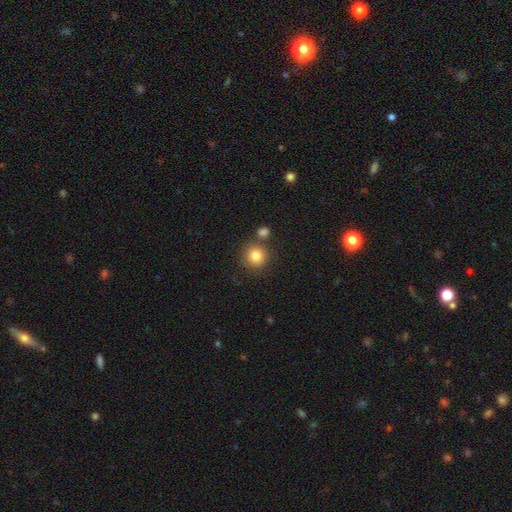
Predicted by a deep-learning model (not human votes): smooth_or_featured: smooth (p=0.83) [alt: star or artifact p=0.11]
how_rounded: round (p=0.92) [alt: in between p=0.07]
merging: none (p=0.75) [alt: merger p=0.14]